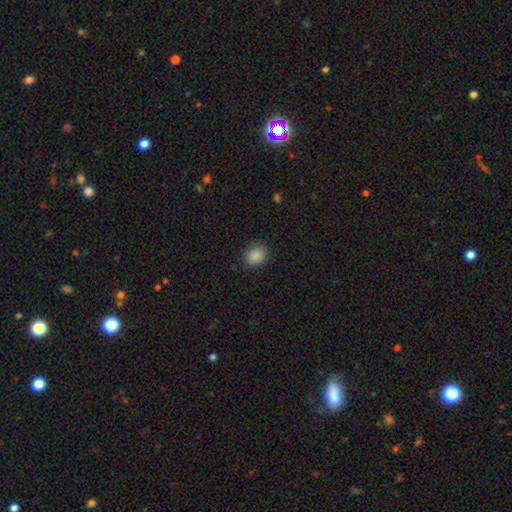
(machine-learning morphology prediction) smooth-or-featured: smooth: 88% | star or artifact: 9% | featured or disk: 3%
  how-rounded: round: 54% | in between: 45% | cigar-shaped: 1%
  merging: none: 86% | minor disturbance: 10% | major disturbance: 3% | merger: 1%